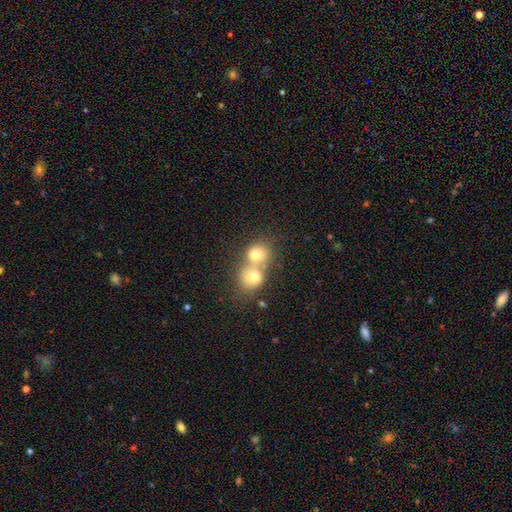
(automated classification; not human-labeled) Q: Smooth or featured?
A: smooth (68%); runner-up: featured or disk (18%)
Q: How rounded?
A: round (73%); runner-up: in between (26%)
Q: Merging?
A: merger (67%); runner-up: none (26%)